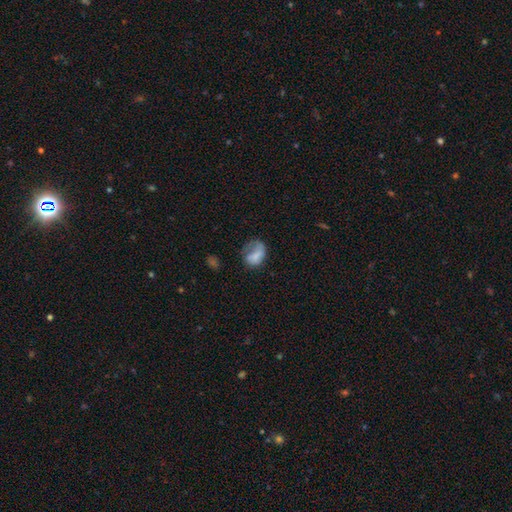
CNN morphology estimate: Smooth or featured? smooth (64%)
How rounded? in between (67%)
Merging? major disturbance (42%)